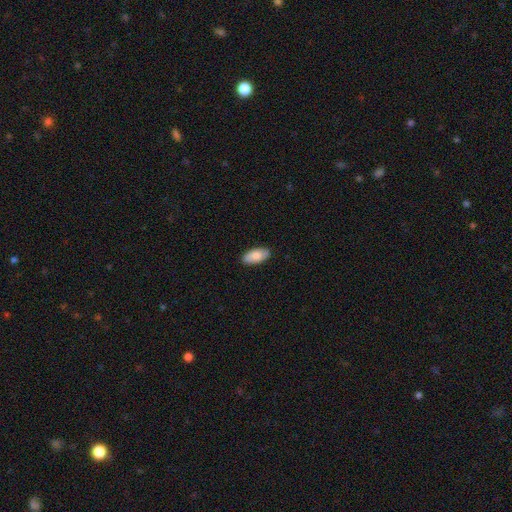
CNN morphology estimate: Smooth or featured?
  - smooth: 81% *
  - featured or disk: 13%
  - star or artifact: 6%
How rounded?
  - in between: 93% *
  - cigar-shaped: 5%
  - round: 2%
Merging?
  - none: 89% *
  - minor disturbance: 9%
  - major disturbance: 2%
  - merger: 1%